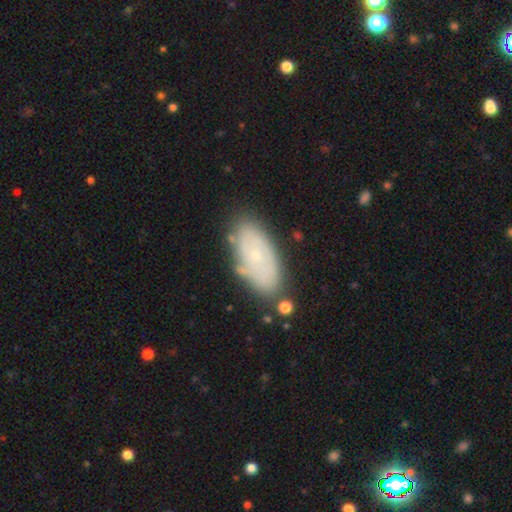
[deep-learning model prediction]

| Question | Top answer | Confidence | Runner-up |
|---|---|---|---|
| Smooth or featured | featured or disk | 53% | smooth (40%) |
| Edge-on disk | no | 91% | yes (9%) |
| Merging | none | 73% | minor disturbance (18%) |